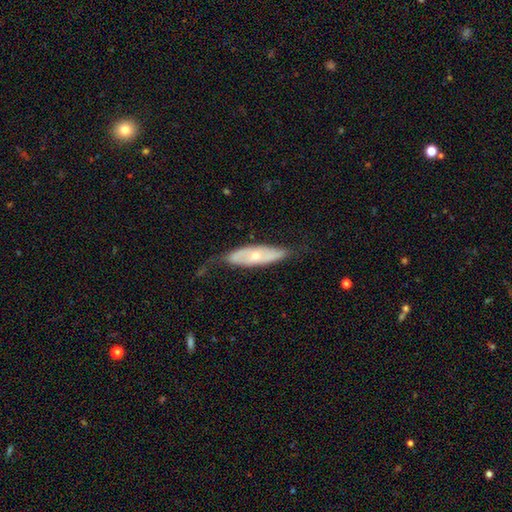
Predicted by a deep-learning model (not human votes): Smooth or featured? Predicted: featured or disk (p=0.61). Edge-on disk? Predicted: no (p=0.66). Merging? Predicted: none (p=0.58).